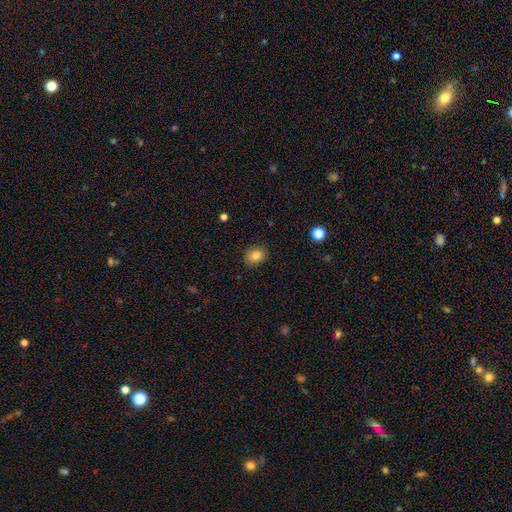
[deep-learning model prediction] smooth 82%, star or artifact 10%, featured or disk 8%. Down the decision tree: how rounded — round (56%); merging — none (87%).